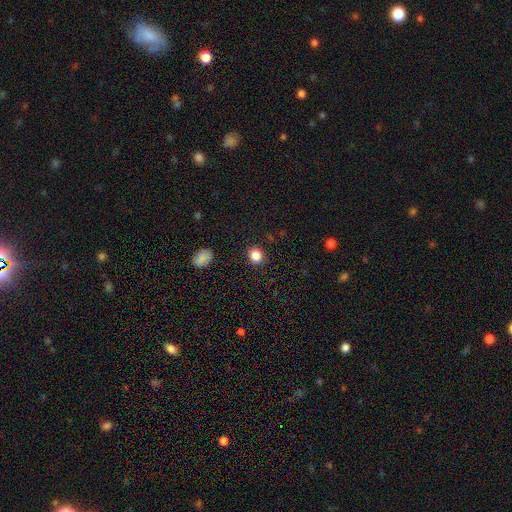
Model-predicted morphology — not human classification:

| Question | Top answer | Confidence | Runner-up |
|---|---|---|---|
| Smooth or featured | smooth | 84% | star or artifact (11%) |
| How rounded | round | 78% | in between (21%) |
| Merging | none | 90% | minor disturbance (6%) |